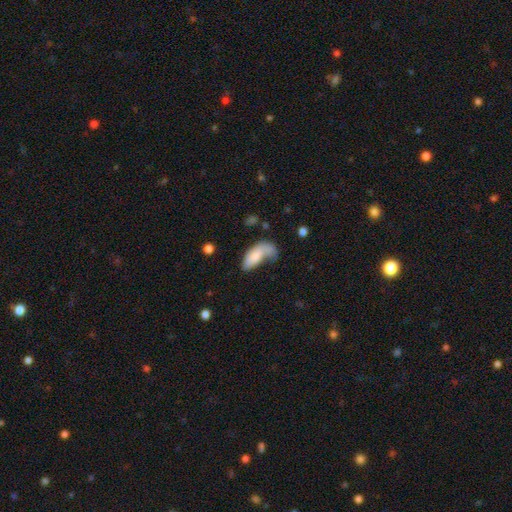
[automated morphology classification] Smooth or featured?
  - smooth: 74% *
  - featured or disk: 19%
  - star or artifact: 7%
How rounded?
  - in between: 86% *
  - cigar-shaped: 11%
  - round: 3%
Merging?
  - major disturbance: 37% *
  - none: 25%
  - minor disturbance: 24%
  - merger: 14%